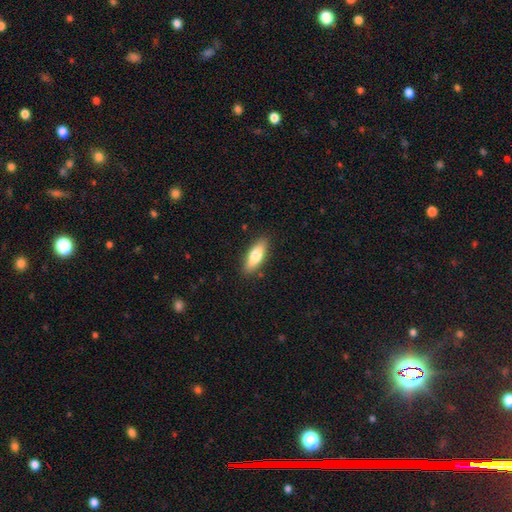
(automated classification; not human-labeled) This appears to be a smooth galaxy with no disk features (75%) that is in between round and cigar-shaped (65%). Merging: none (87%).